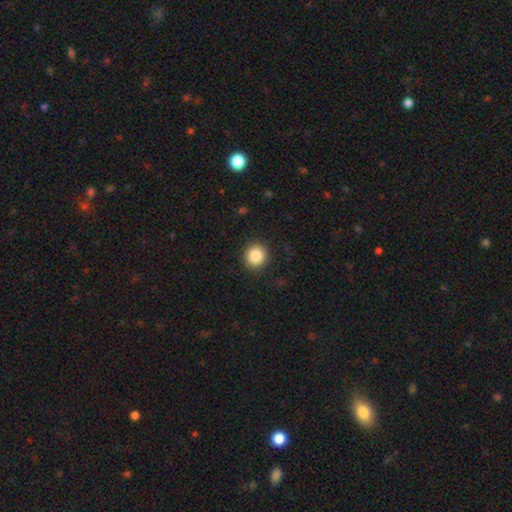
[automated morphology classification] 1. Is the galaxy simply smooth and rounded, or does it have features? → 86% smooth, 9% star or artifact, 4% featured or disk.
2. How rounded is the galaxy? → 92% round, 7% in between, 1% cigar-shaped.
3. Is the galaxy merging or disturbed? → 91% none, 6% minor disturbance, 2% major disturbance, 1% merger.